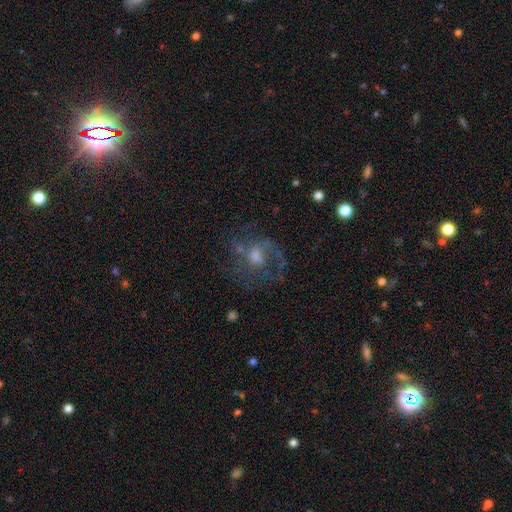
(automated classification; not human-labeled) Morphology: type=featured or disk (67%); edge-on=no (97%); bar=no (59%); spiral arms=yes (75%); bulge=moderate (54%); merging=none (53%).